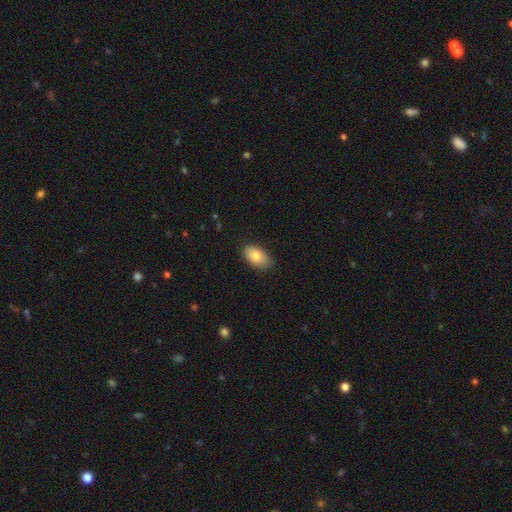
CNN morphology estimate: Smooth or featured? smooth (81%)
How rounded? in between (93%)
Merging? none (84%)